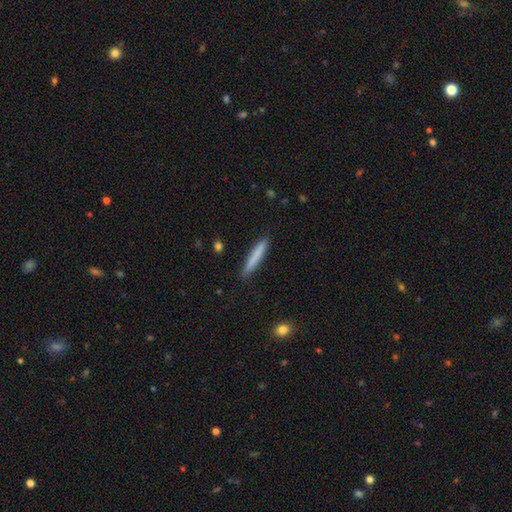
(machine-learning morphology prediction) Smooth or featured?
  - smooth: 78% *
  - featured or disk: 16%
  - star or artifact: 6%
How rounded?
  - cigar-shaped: 94% *
  - in between: 4%
  - round: 1%
Merging?
  - none: 89% *
  - minor disturbance: 8%
  - major disturbance: 2%
  - merger: 1%